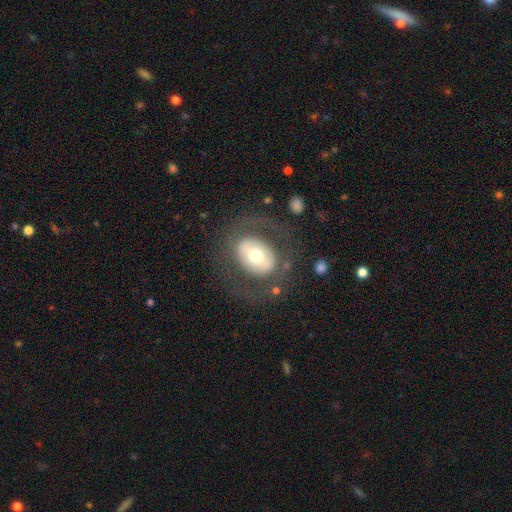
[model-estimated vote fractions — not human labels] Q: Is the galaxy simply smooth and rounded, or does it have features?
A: featured or disk — 53%.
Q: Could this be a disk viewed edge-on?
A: no — 93%.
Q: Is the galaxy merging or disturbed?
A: none — 70%.